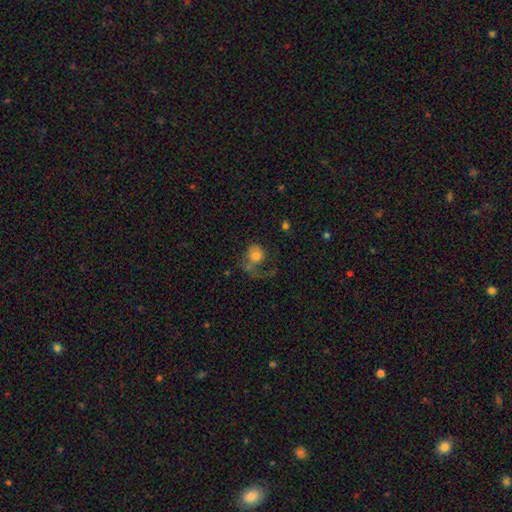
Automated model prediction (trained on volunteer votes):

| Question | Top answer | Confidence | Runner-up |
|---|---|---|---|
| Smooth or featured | smooth | 62% | featured or disk (29%) |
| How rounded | round | 67% | in between (32%) |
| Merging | major disturbance | 52% | none (26%) |